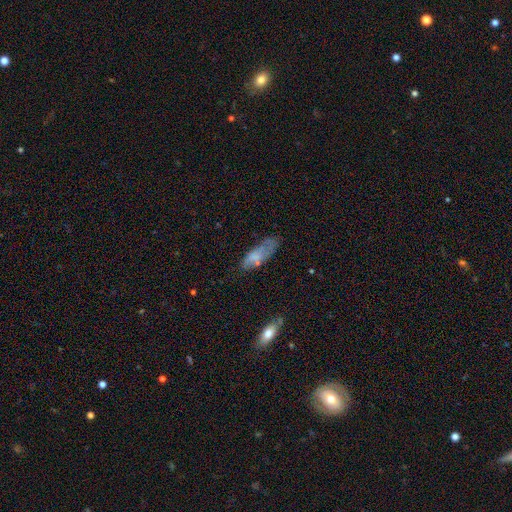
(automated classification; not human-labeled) smooth 61%, featured or disk 30%, star or artifact 9%. Down the decision tree: how rounded — in between (66%); merging — none (47%).